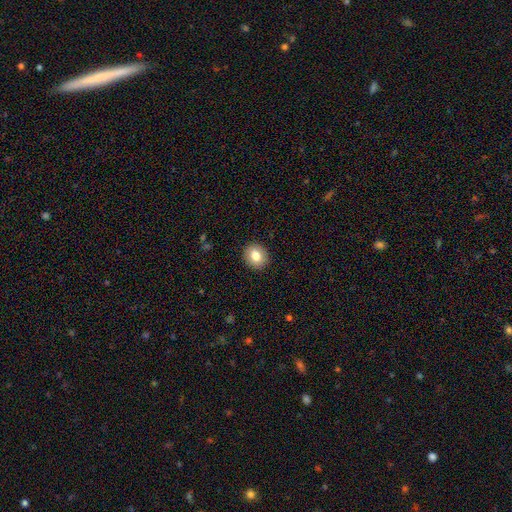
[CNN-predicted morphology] Smooth or featured?
  - smooth: 79% *
  - featured or disk: 12%
  - star or artifact: 9%
How rounded?
  - round: 74% *
  - in between: 25%
  - cigar-shaped: 1%
Merging?
  - none: 91% *
  - minor disturbance: 6%
  - major disturbance: 2%
  - merger: 1%